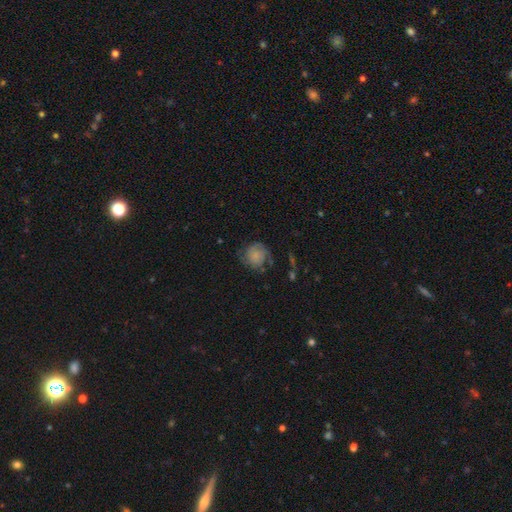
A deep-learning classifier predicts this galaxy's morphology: smooth 54%, featured or disk 37%, star or artifact 9%. Down the decision tree: how rounded — round (83%); merging — none (57%).